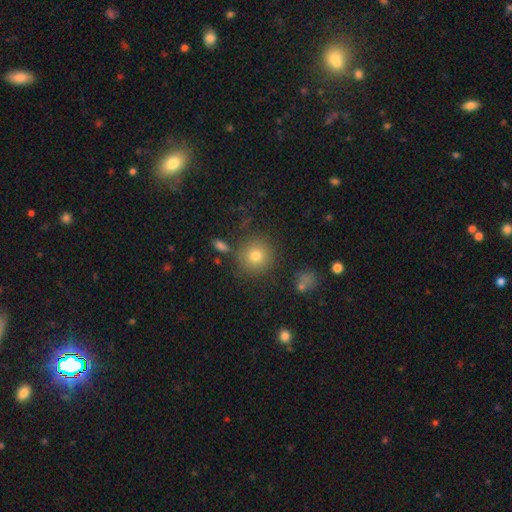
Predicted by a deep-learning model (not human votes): Smooth or featured? smooth (77%)
How rounded? round (92%)
Merging? none (83%)